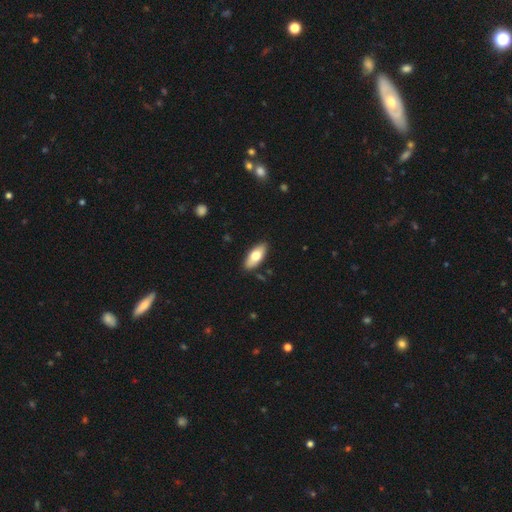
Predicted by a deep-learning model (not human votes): Q: Smooth or featured?
A: smooth (70%); runner-up: featured or disk (25%)
Q: How rounded?
A: in between (83%); runner-up: cigar-shaped (14%)
Q: Merging?
A: none (88%); runner-up: minor disturbance (9%)